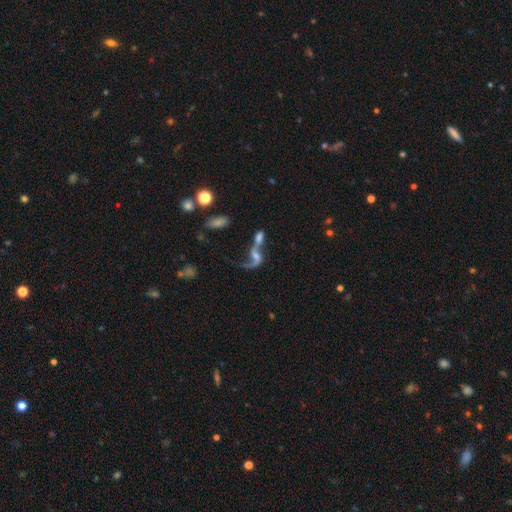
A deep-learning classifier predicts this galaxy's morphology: This appears to be a featured or disk galaxy (72%) with no bar (57%), 2 (69%) loose (88%) spiral arms (82%) and a moderate central bulge (38%). Merging: merger (55%).